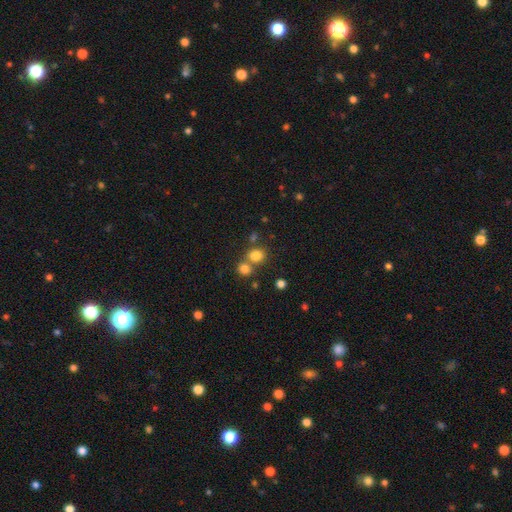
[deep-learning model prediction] smooth_or_featured: smooth (p=0.79) [alt: star or artifact p=0.14]
how_rounded: round (p=0.73) [alt: in between p=0.26]
merging: none (p=0.55) [alt: merger p=0.33]